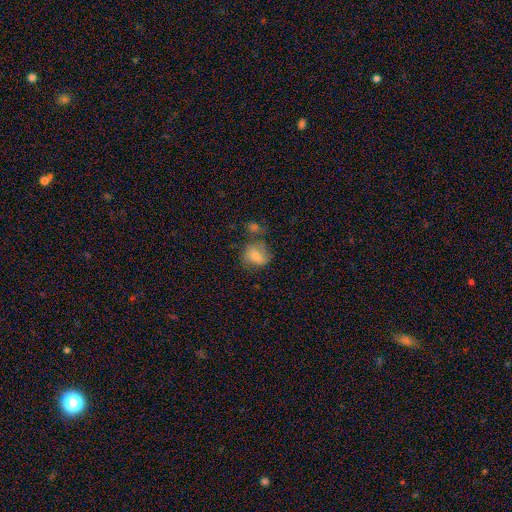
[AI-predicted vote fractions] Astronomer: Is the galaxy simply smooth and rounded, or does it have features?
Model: smooth — 68%.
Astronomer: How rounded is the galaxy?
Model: round — 51% (runner-up: in between, 47%).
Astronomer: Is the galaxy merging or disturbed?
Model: none — 49%.